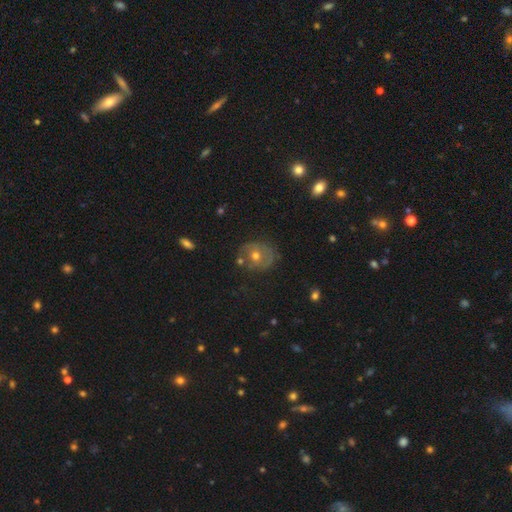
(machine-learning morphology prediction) Smooth or featured?
  - featured or disk: 46% *
  - smooth: 42%
  - star or artifact: 13%
Merging?
  - none: 66% *
  - minor disturbance: 21%
  - major disturbance: 8%
  - merger: 5%